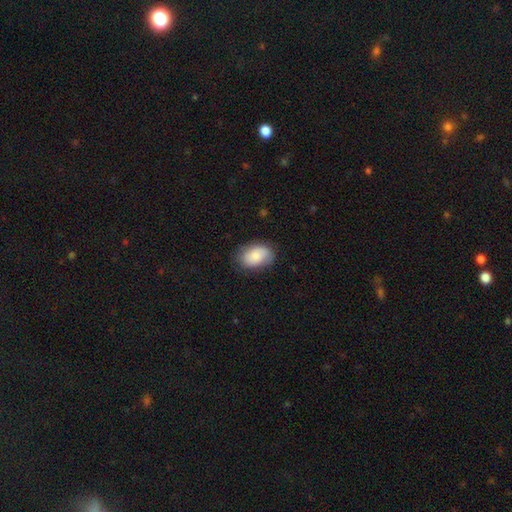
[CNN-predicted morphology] smooth_or_featured: smooth (p=0.81) [alt: featured or disk p=0.13]
how_rounded: in between (p=0.86) [alt: round p=0.13]
merging: none (p=0.76) [alt: minor disturbance p=0.18]